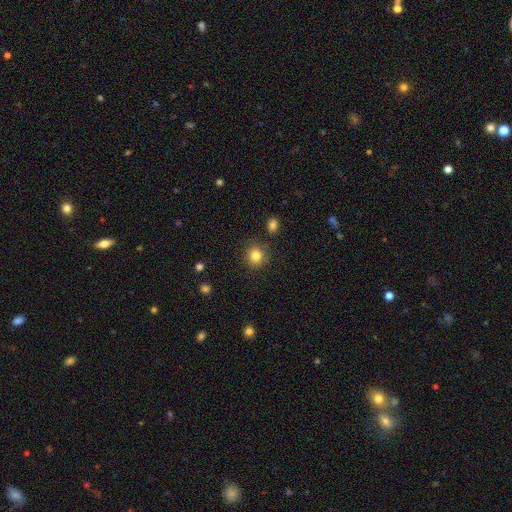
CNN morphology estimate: Smooth or featured? smooth (82%)
How rounded? round (90%)
Merging? none (88%)